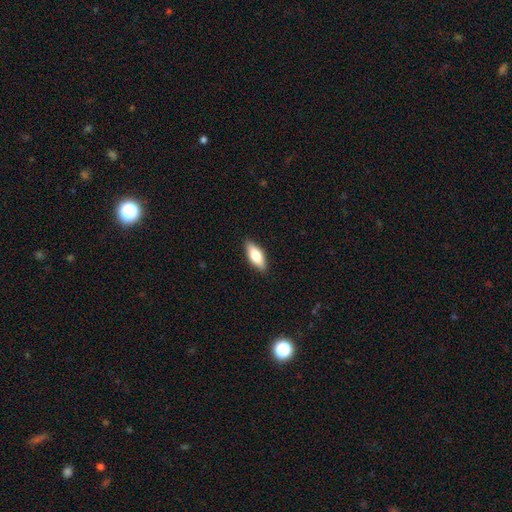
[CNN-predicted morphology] smooth_or_featured: smooth (p=0.74) [alt: featured or disk p=0.20]
how_rounded: in between (p=0.76) [alt: cigar-shaped p=0.21]
merging: none (p=0.88) [alt: minor disturbance p=0.09]